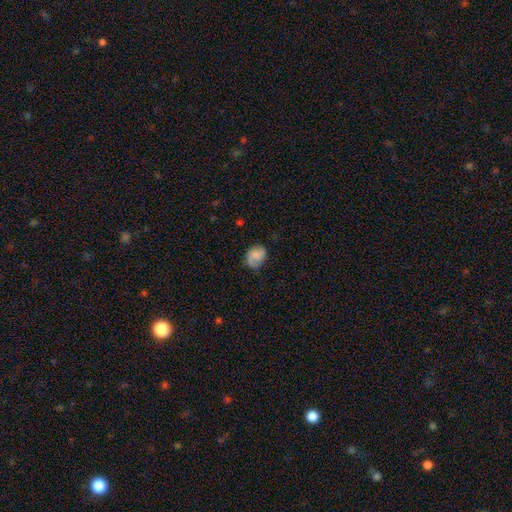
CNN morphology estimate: smooth_or_featured: smooth (p=0.70) [alt: featured or disk p=0.22]
how_rounded: in between (p=0.57) [alt: round p=0.42]
merging: none (p=0.67) [alt: minor disturbance p=0.24]